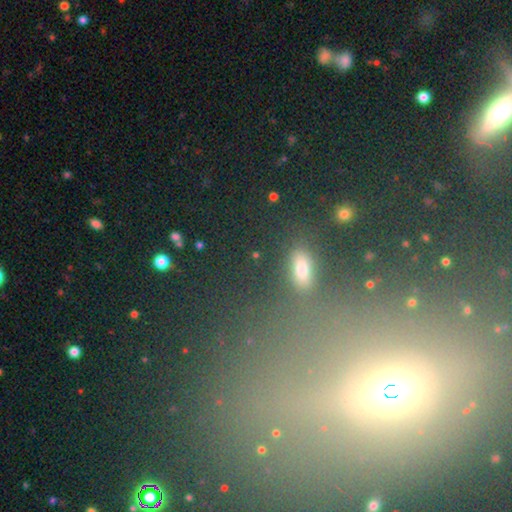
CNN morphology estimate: Smooth or featured: smooth — 53% (star or artifact — 33%)
How rounded: in between — 76% (round — 13%)
Merging: none — 81% (minor disturbance — 9%)